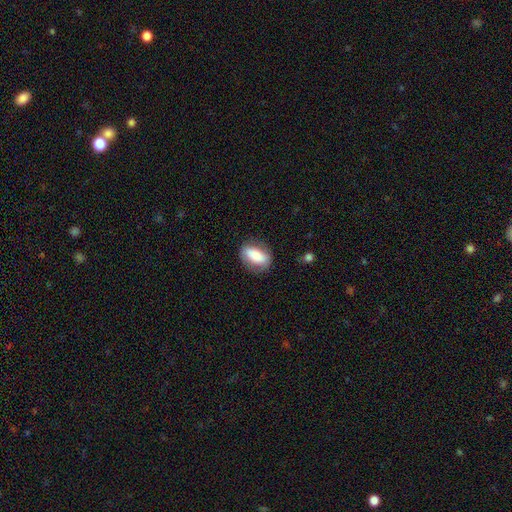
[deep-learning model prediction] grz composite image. It shows a smooth galaxy with no disk features (73%) that is in between round and cigar-shaped (86%). Merging: none (77%).